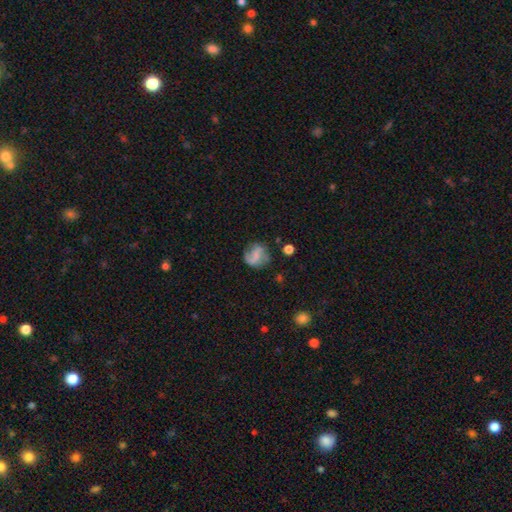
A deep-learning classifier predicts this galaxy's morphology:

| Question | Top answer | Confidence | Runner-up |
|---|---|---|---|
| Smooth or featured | featured or disk | 56% | smooth (35%) |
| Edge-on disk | no | 98% | yes (2%) |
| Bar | weak | 40% | no (38%) |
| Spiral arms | yes | 85% | no (15%) |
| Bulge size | none | 51% | small (30%) |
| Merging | none | 65% | minor disturbance (20%) |